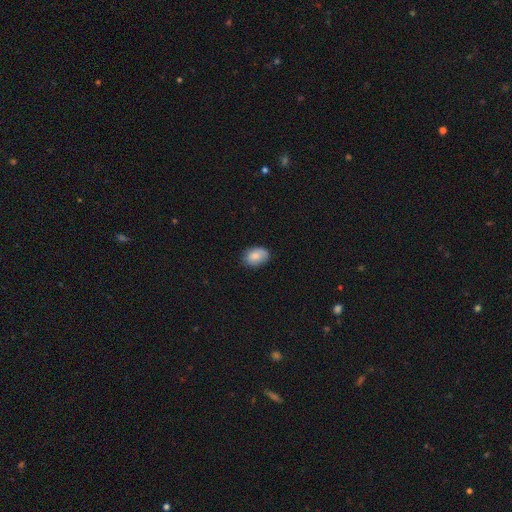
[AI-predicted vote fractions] smooth 82%, featured or disk 10%, star or artifact 7%. Down the decision tree: how rounded — in between (80%); merging — none (78%).